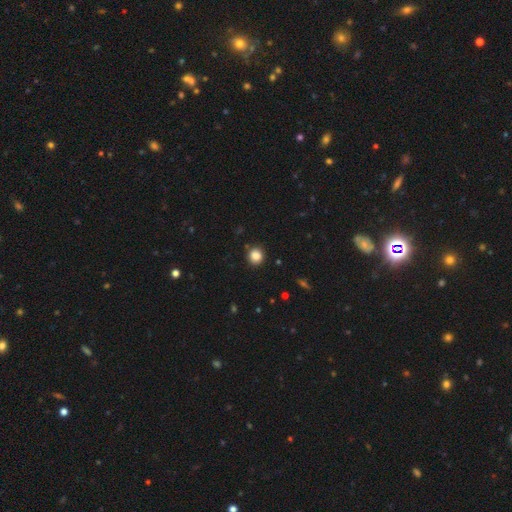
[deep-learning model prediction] This is clearly a smooth galaxy (86%). How rounded: clearly round (88%). Merging: clearly none (88%).